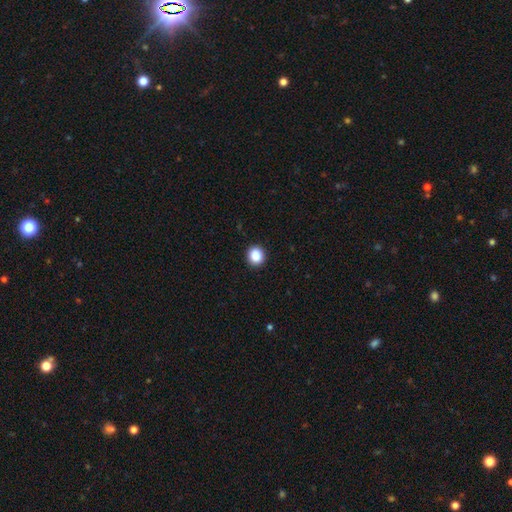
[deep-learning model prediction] Smooth or featured: smooth — 87% (star or artifact — 10%)
How rounded: round — 82% (in between — 17%)
Merging: none — 92% (minor disturbance — 6%)